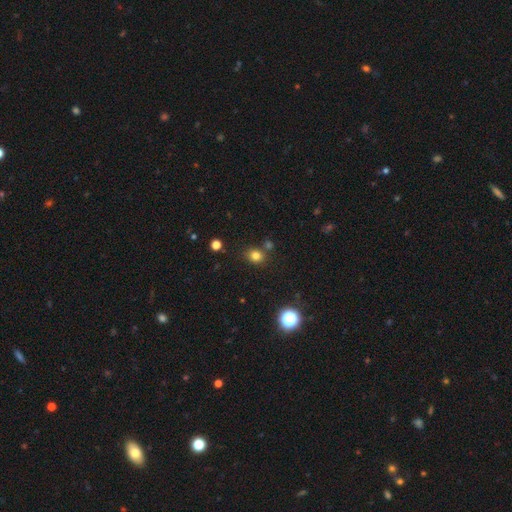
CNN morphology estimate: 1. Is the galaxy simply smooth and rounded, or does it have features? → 78% smooth, 16% star or artifact, 6% featured or disk.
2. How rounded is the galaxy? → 73% round, 27% in between, 1% cigar-shaped.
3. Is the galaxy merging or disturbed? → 77% none, 11% minor disturbance, 9% merger, 3% major disturbance.